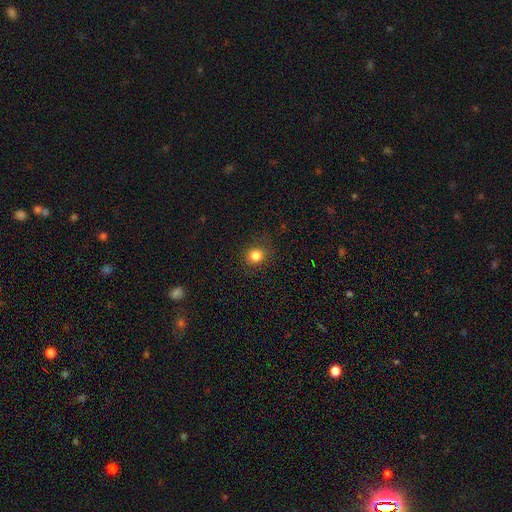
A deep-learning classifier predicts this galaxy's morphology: Smooth or featured? smooth (82%)
How rounded? round (85%)
Merging? none (88%)